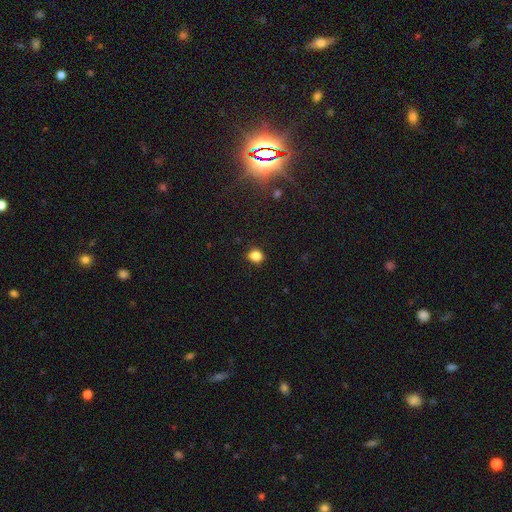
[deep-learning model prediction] This is clearly a smooth galaxy (85%). How rounded: likely round (61%). Merging: clearly none (85%).